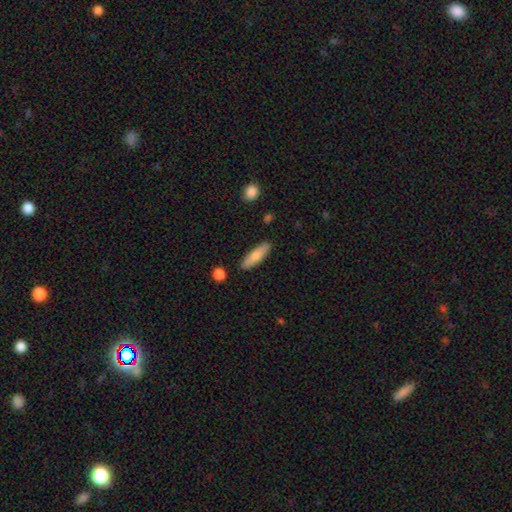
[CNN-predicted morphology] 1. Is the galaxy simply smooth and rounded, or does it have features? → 77% smooth, 17% featured or disk, 6% star or artifact.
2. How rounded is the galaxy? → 62% cigar-shaped, 36% in between, 2% round.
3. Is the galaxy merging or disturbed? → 88% none, 9% minor disturbance, 2% merger, 2% major disturbance.